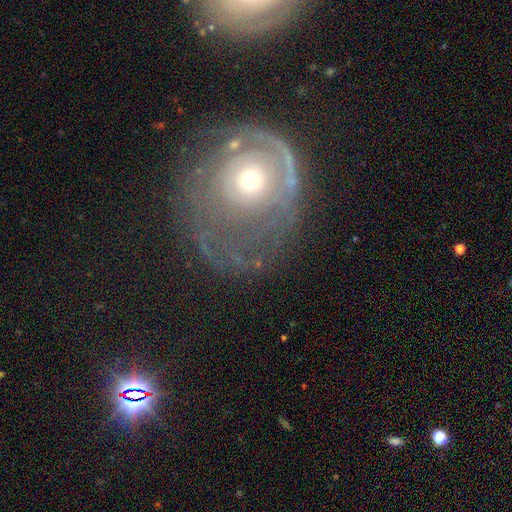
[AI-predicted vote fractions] A featured or disk galaxy (67%) with no bar (85%), spiral arms (64%) and a moderate central bulge (51%).

Vote fractions:
- Smooth or featured? featured or disk: 67% / smooth: 21% / star or artifact: 12%
- Edge-on disk? no: 96% / yes: 4%
- Bar? no: 85% / weak: 11% / strong: 4%
- Spiral arms? yes: 64% / no: 36%
- Bulge size? moderate: 51% / small: 42% / large: 4% / dominant: 1% / none: 1%
- Merging? none: 53% / major disturbance: 21% / minor disturbance: 19% / merger: 6%